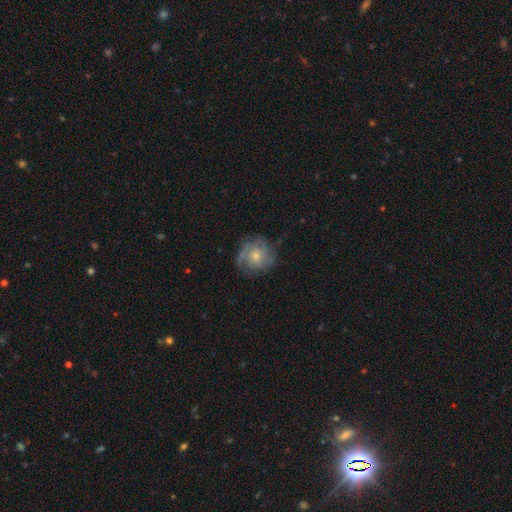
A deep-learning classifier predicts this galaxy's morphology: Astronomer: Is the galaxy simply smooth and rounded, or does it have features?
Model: featured or disk — 62%.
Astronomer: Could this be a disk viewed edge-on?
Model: no — 97%.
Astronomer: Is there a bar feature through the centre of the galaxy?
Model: no — 77%.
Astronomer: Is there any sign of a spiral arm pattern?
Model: yes — 84%.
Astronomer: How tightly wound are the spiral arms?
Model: tight — 51% (runner-up: medium, 34%).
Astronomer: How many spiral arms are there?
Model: can't tell — 43% (runner-up: 2, 20%).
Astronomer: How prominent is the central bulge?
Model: small — 49% (runner-up: moderate, 45%).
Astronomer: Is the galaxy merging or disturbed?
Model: none — 68%.